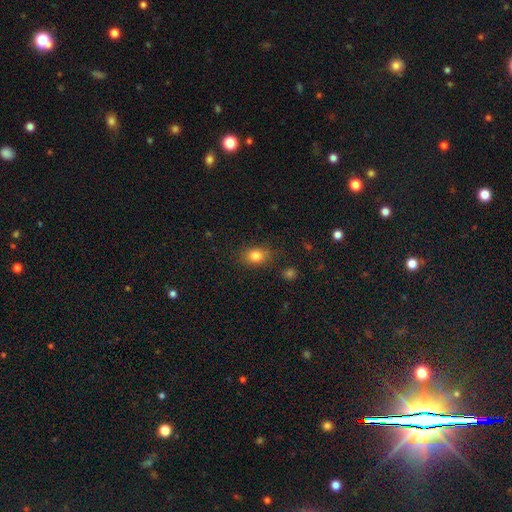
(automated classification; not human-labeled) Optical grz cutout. It shows a smooth galaxy with no disk features (82%) that is in between round and cigar-shaped (70%). Merging: none (81%).